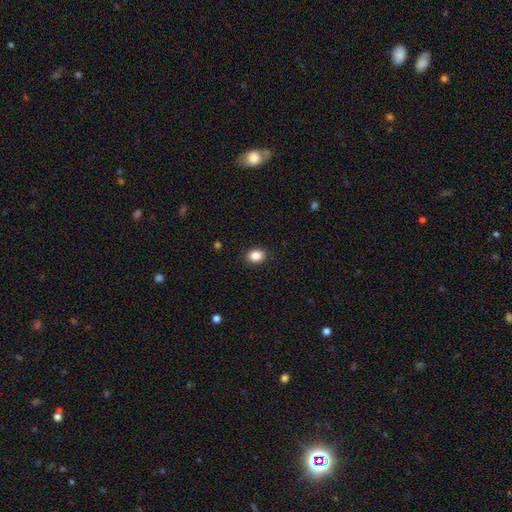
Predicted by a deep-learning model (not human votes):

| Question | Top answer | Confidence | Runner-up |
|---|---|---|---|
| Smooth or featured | smooth | 87% | star or artifact (9%) |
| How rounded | in between | 51% | round (48%) |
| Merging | none | 90% | minor disturbance (7%) |